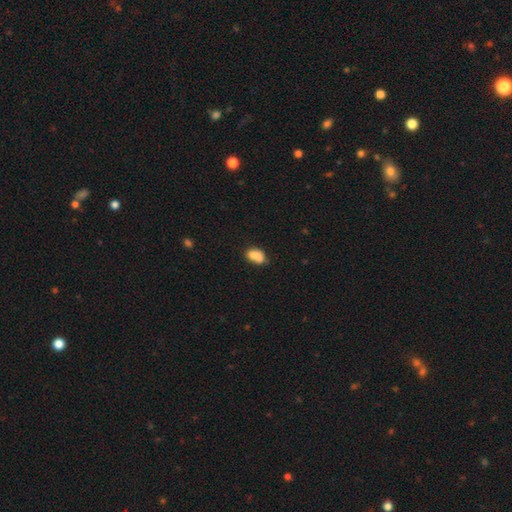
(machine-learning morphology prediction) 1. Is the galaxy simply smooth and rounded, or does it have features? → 83% smooth, 9% star or artifact, 8% featured or disk.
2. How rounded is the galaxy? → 86% in between, 12% round, 2% cigar-shaped.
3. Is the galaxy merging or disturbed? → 52% none, 28% minor disturbance, 13% merger, 8% major disturbance.